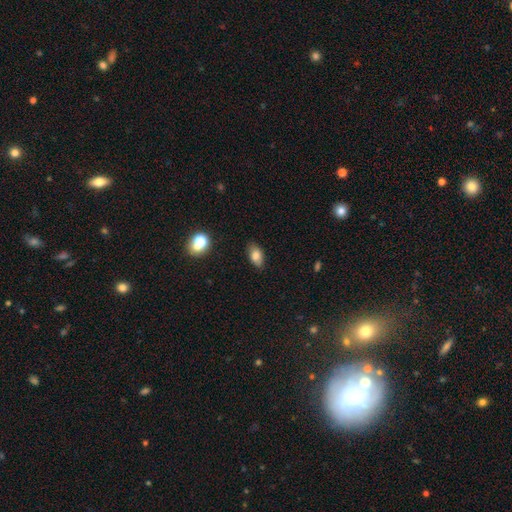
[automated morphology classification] Smooth or featured?
  - smooth: 80% *
  - featured or disk: 11%
  - star or artifact: 9%
How rounded?
  - in between: 88% *
  - round: 8%
  - cigar-shaped: 4%
Merging?
  - none: 83% *
  - minor disturbance: 13%
  - major disturbance: 3%
  - merger: 2%